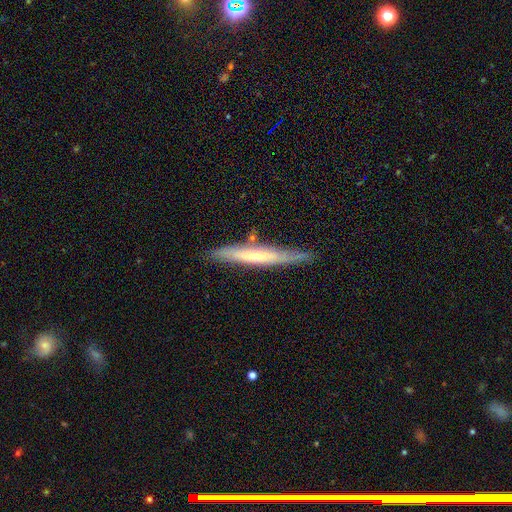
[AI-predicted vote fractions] Smooth or featured? featured or disk (61%)
Edge-on disk? yes (86%)
Edge-on bulge? rounded (55%)
Merging? none (79%)